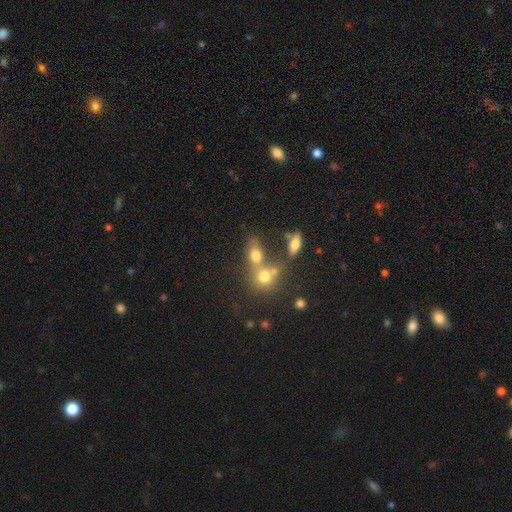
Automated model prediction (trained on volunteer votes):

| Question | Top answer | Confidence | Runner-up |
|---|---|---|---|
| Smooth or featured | smooth | 70% | featured or disk (16%) |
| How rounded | in between | 55% | round (40%) |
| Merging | merger | 49% | none (34%) |